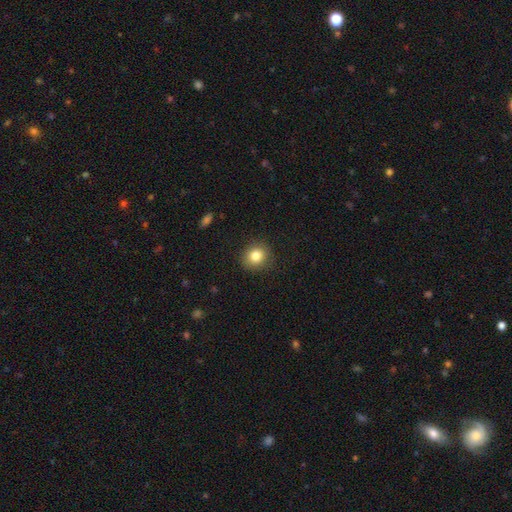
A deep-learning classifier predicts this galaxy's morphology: A smooth galaxy with no disk features (83%) that is round (79%). Merging: none (88%).